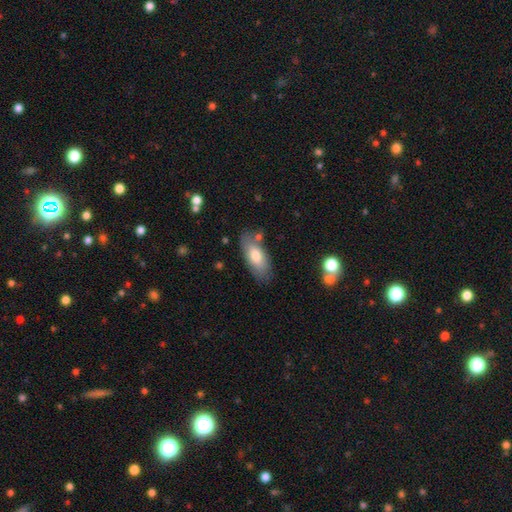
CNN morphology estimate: This is likely a smooth galaxy (75%). How rounded: clearly in between (85%). Merging: likely none (76%).